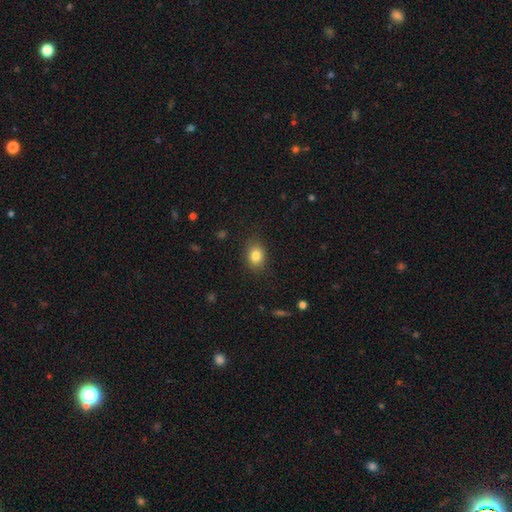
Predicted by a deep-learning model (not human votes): Q: Smooth or featured?
A: smooth (82%); runner-up: star or artifact (10%)
Q: How rounded?
A: in between (56%); runner-up: round (43%)
Q: Merging?
A: none (84%); runner-up: minor disturbance (12%)